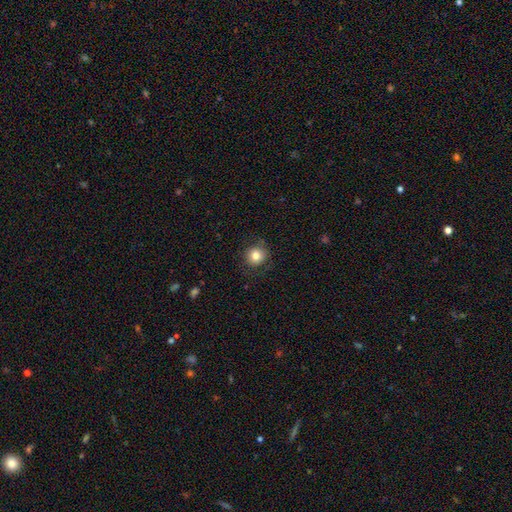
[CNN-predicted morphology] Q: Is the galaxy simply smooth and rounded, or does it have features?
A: smooth — 82%.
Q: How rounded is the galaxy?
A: round — 89%.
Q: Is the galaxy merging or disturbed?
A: none — 82%.